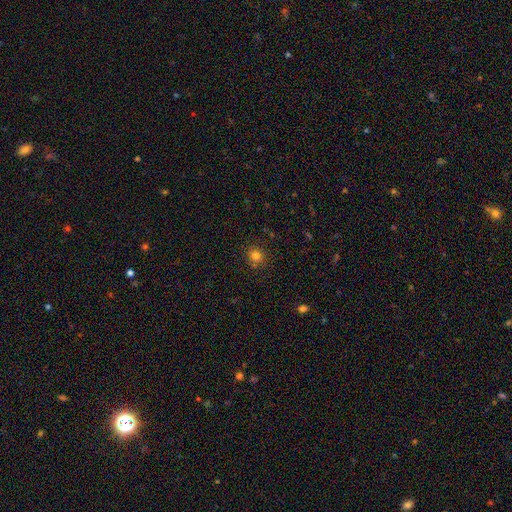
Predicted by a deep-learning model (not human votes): Smooth or featured? smooth (80%)
How rounded? round (85%)
Merging? none (85%)